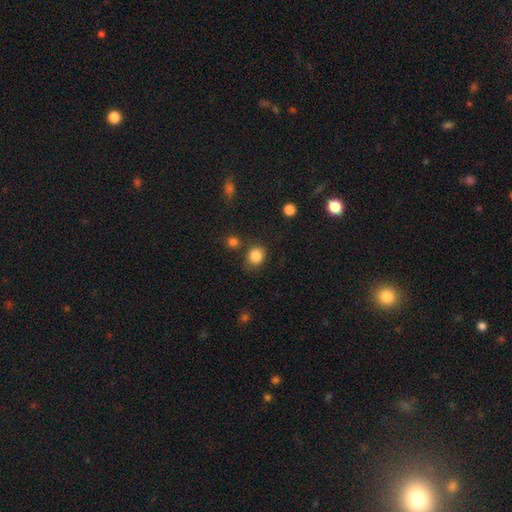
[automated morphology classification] Q: Smooth or featured?
A: smooth (85%); runner-up: star or artifact (10%)
Q: How rounded?
A: round (77%); runner-up: in between (23%)
Q: Merging?
A: none (76%); runner-up: minor disturbance (13%)